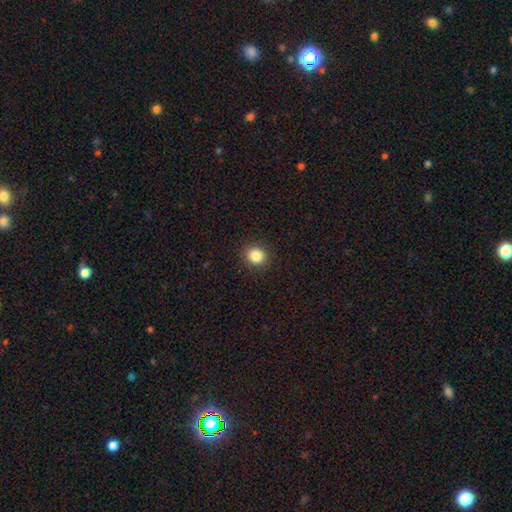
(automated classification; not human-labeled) smooth 85%, star or artifact 10%, featured or disk 4%. Down the decision tree: how rounded — round (84%); merging — none (91%).